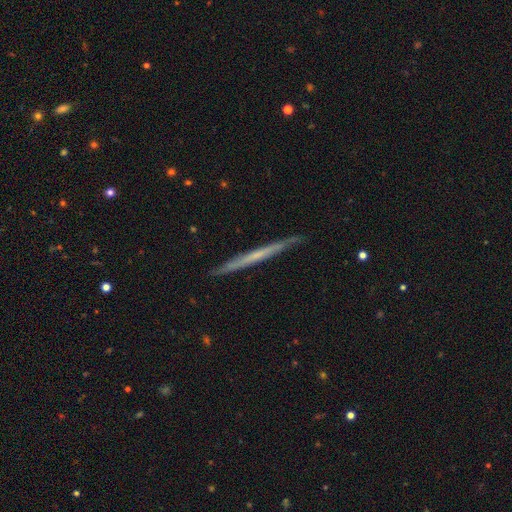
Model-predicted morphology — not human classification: Overall: featured or disk (57%; smooth 37%). Edge-on disk: yes (97%). Edge-on bulge: none (87%). Merging: none (89%).